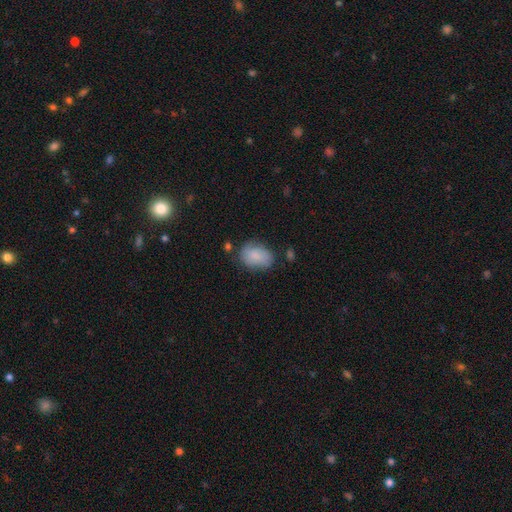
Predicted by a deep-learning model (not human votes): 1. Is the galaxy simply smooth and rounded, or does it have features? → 81% smooth, 12% featured or disk, 7% star or artifact.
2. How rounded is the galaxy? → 79% in between, 20% round, 1% cigar-shaped.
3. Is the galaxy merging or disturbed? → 63% none, 26% minor disturbance, 7% major disturbance, 4% merger.